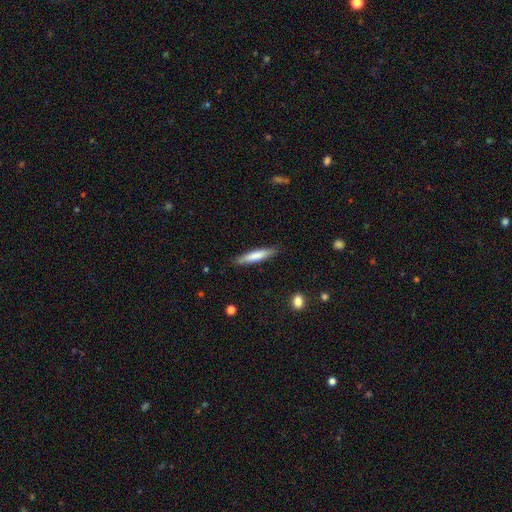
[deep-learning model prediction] This is likely a smooth galaxy (73%). How rounded: clearly cigar-shaped (88%). Merging: clearly none (86%).